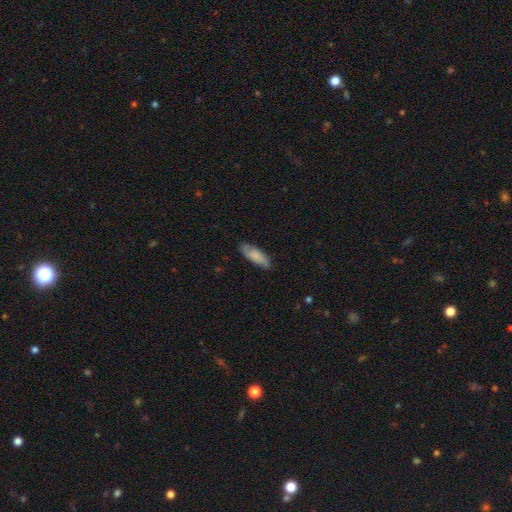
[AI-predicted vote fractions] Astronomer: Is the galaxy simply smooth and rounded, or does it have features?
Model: smooth — 72%.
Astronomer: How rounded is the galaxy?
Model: in between — 71%.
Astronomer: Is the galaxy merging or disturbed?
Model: none — 81%.